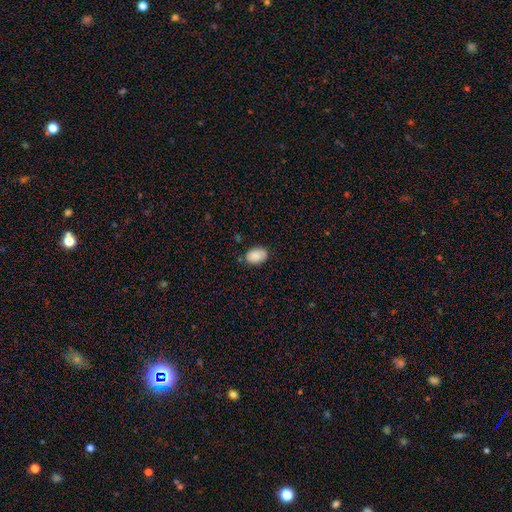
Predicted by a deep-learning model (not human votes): Q: Smooth or featured?
A: smooth (87%); runner-up: star or artifact (7%)
Q: How rounded?
A: in between (85%); runner-up: round (13%)
Q: Merging?
A: none (77%); runner-up: minor disturbance (18%)